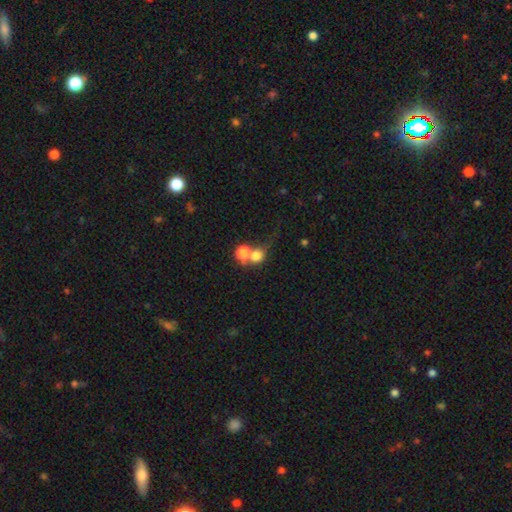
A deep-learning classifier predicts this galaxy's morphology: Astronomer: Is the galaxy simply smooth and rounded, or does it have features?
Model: smooth — 74%.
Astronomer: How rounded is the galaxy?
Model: round — 80%.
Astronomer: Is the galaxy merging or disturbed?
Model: merger — 55% (runner-up: none, 31%).